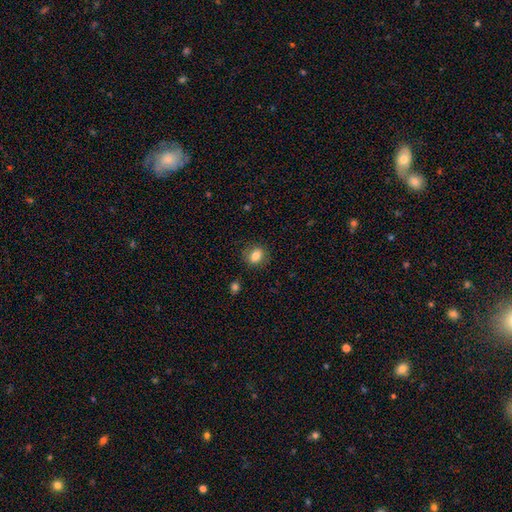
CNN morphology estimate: smooth 81%, featured or disk 10%, star or artifact 9%. Down the decision tree: how rounded — round (50%); merging — none (84%).